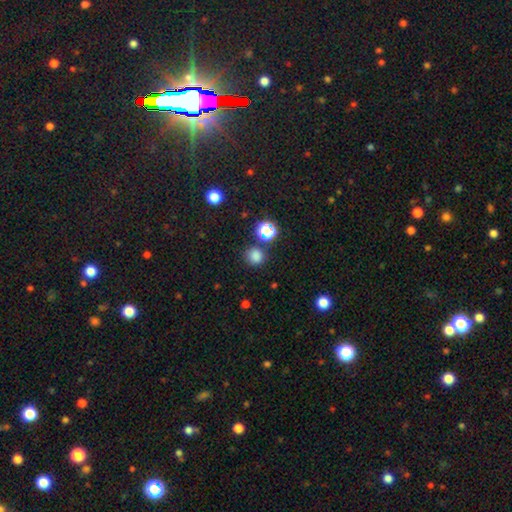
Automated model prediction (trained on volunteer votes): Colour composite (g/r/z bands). It shows a smooth galaxy with no disk features (77%) that is round (89%). Merging: none (80%).